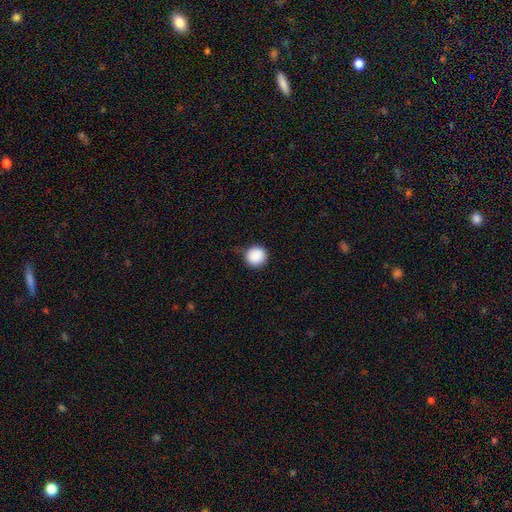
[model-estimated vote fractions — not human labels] Overall: smooth (89%). How rounded: round (95%). Merging: none (85%).